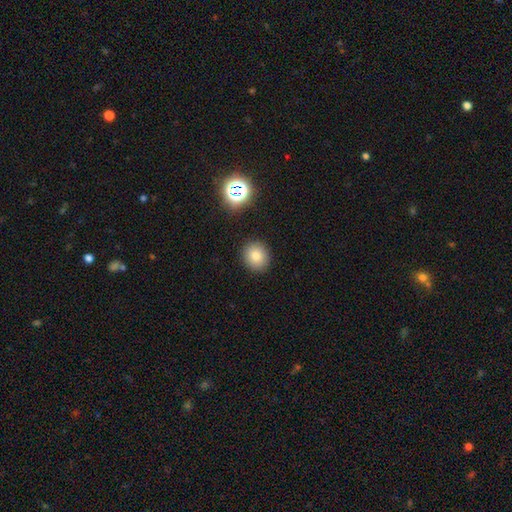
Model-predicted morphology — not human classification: A smooth galaxy with no disk features (79%) that is round (78%). Merging: none (89%).